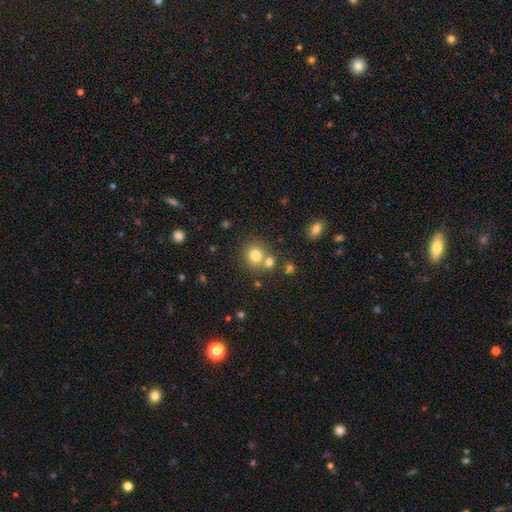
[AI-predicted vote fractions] This is likely a smooth galaxy (78%). How rounded: clearly round (85%). Merging: likely none (61%).